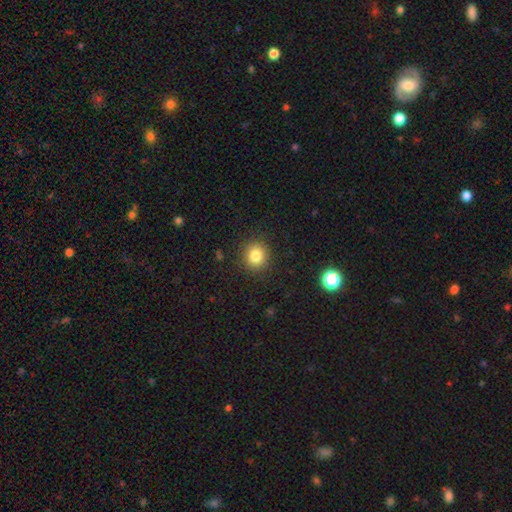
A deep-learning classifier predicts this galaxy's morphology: Smooth or featured?
  - smooth: 82% *
  - star or artifact: 12%
  - featured or disk: 6%
How rounded?
  - round: 87% *
  - in between: 12%
  - cigar-shaped: 1%
Merging?
  - none: 89% *
  - minor disturbance: 7%
  - major disturbance: 3%
  - merger: 1%